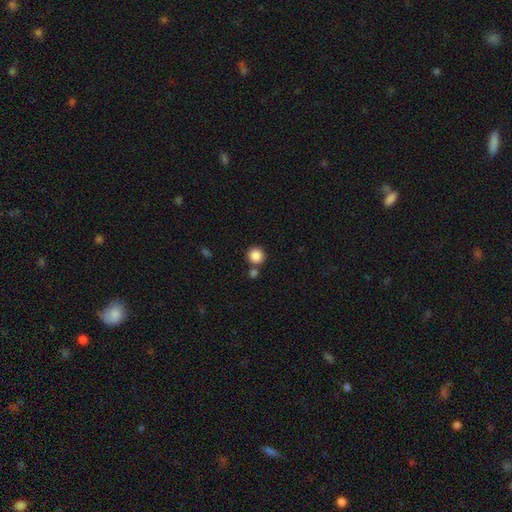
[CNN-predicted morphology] smooth_or_featured: smooth (p=0.87) [alt: star or artifact p=0.09]
how_rounded: round (p=0.93) [alt: in between p=0.06]
merging: none (p=0.74) [alt: merger p=0.15]